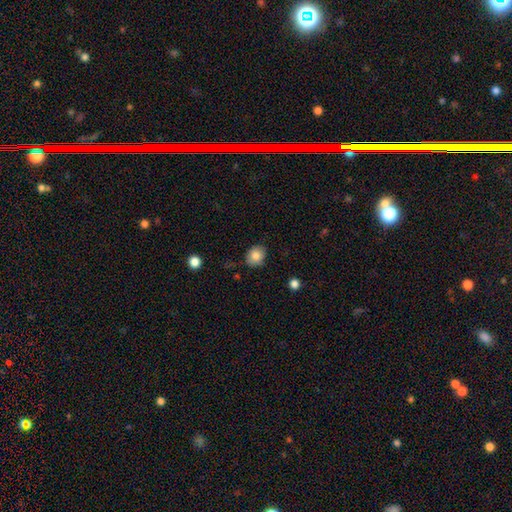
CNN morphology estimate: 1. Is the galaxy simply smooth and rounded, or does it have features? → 82% smooth, 9% featured or disk, 9% star or artifact.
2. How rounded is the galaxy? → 51% round, 48% in between, 1% cigar-shaped.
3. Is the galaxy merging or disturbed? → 81% none, 15% minor disturbance, 3% major disturbance, 2% merger.